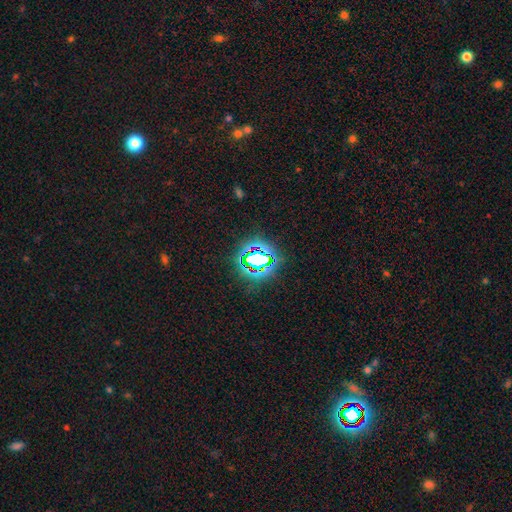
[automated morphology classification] This is likely a star or artifact rather than a galaxy (71%).